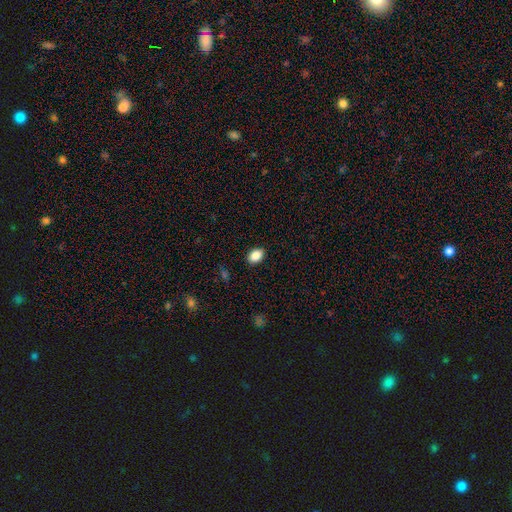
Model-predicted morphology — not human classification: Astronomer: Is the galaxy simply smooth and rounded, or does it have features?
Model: smooth — 86%.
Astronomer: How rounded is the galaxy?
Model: in between — 79%.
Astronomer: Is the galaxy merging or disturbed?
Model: none — 89%.